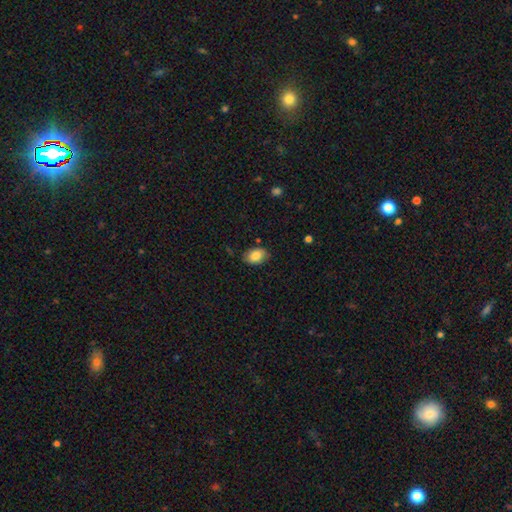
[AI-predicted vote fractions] A smooth galaxy with no disk features (84%) that is in between round and cigar-shaped (86%). Merging: none (82%).